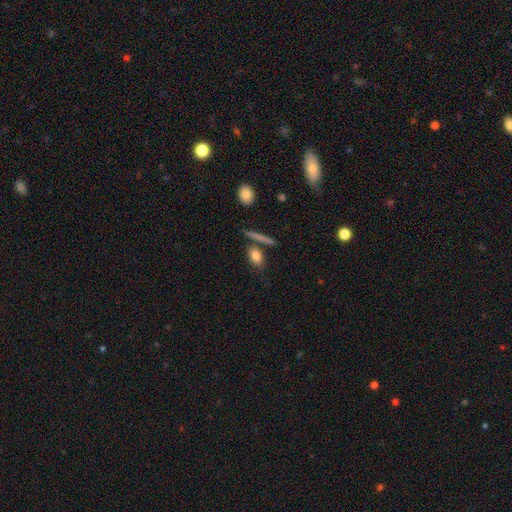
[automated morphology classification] Smooth or featured?
  - smooth: 81% *
  - featured or disk: 11%
  - star or artifact: 8%
How rounded?
  - in between: 70% *
  - cigar-shaped: 15%
  - round: 14%
Merging?
  - none: 67% *
  - merger: 16%
  - minor disturbance: 13%
  - major disturbance: 5%